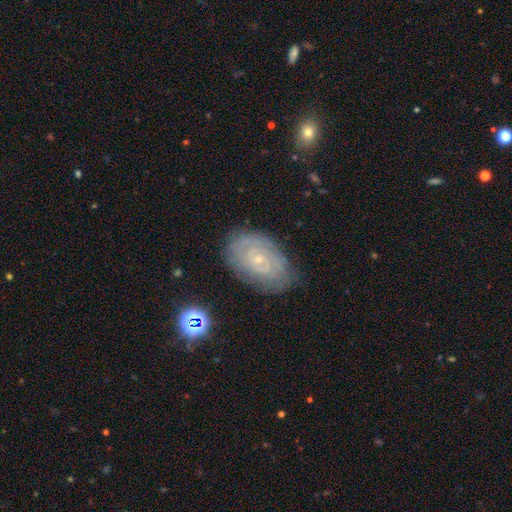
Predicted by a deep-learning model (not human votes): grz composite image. It shows a featured or disk galaxy (56%) with no bar (78%), spiral arms (76%) and a small central bulge (79%). Merging: none (78%).